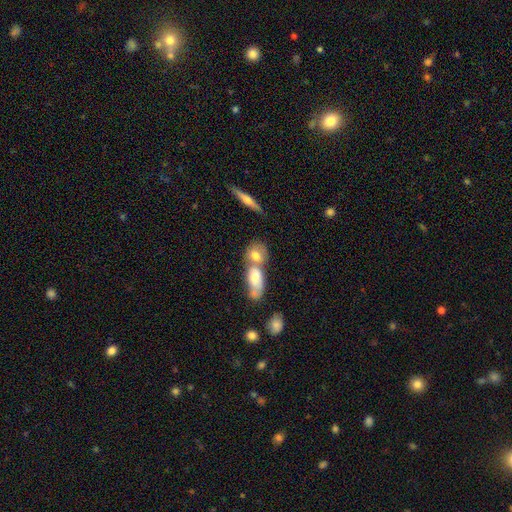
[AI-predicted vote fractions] A smooth galaxy with no disk features (67%) that is in between round and cigar-shaped (62%).

Vote fractions:
- Smooth or featured? smooth: 67% / featured or disk: 25% / star or artifact: 8%
- How rounded? in between: 62% / round: 29% / cigar-shaped: 9%
- Merging? merger: 59% / none: 28% / minor disturbance: 9% / major disturbance: 4%